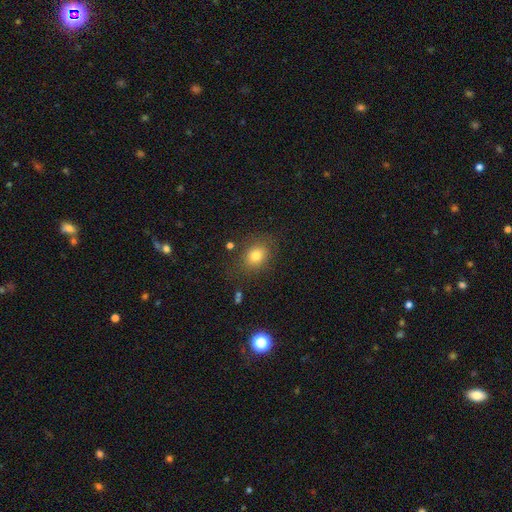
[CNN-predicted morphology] A smooth galaxy with no disk features (77%) that is round (51%). Merging: none (78%).